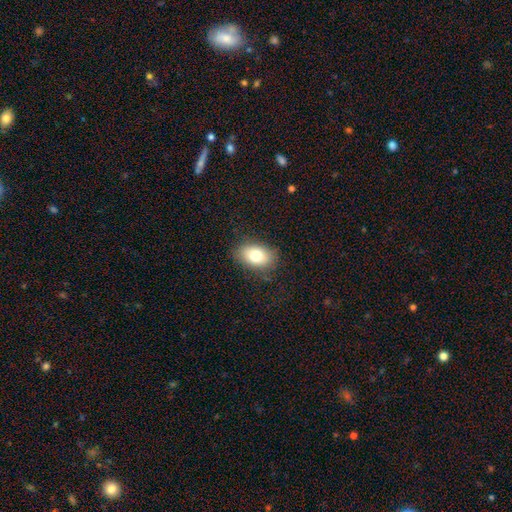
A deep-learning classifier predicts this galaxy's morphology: This appears to be a smooth galaxy with no disk features (77%) that is in between round and cigar-shaped (84%). Merging: none (83%).